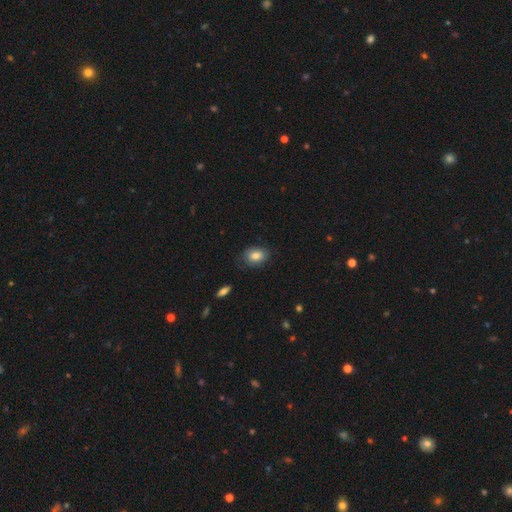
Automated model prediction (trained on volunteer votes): Smooth or featured? smooth (80%)
How rounded? in between (74%)
Merging? none (75%)